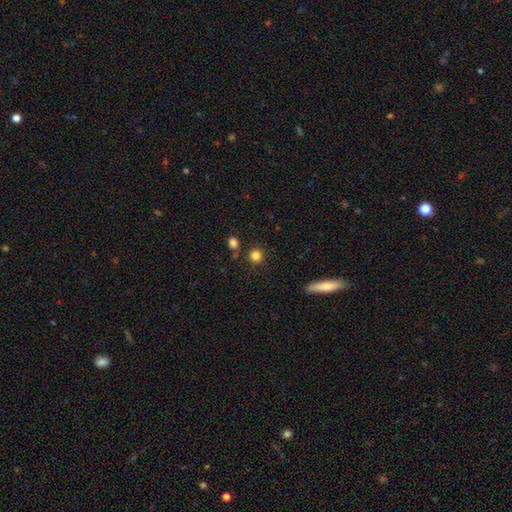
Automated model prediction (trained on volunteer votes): Smooth or featured: smooth — 84% (star or artifact — 11%)
How rounded: round — 92% (in between — 7%)
Merging: none — 83% (minor disturbance — 8%)